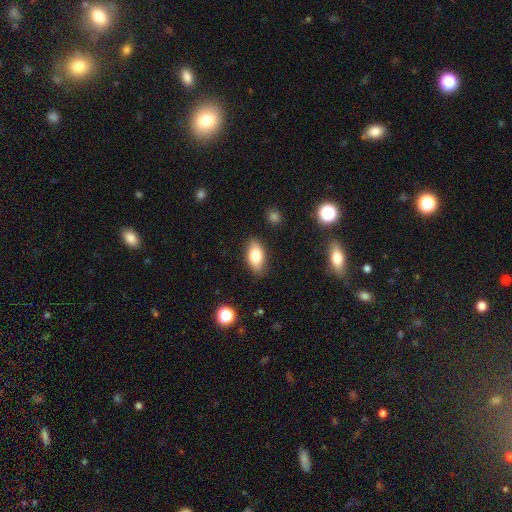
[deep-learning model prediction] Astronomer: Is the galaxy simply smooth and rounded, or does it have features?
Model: smooth — 79%.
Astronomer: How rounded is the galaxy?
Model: in between — 91%.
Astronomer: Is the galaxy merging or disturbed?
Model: none — 83%.